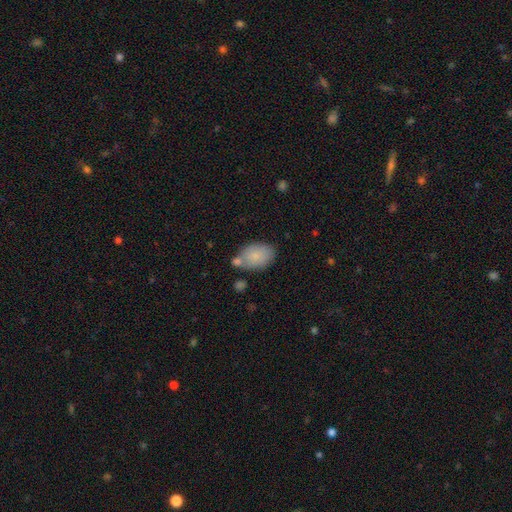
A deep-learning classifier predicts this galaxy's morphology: Smooth or featured?
  - smooth: 83% *
  - featured or disk: 10%
  - star or artifact: 7%
How rounded?
  - in between: 86% *
  - round: 12%
  - cigar-shaped: 1%
Merging?
  - none: 59% *
  - minor disturbance: 19%
  - merger: 17%
  - major disturbance: 5%